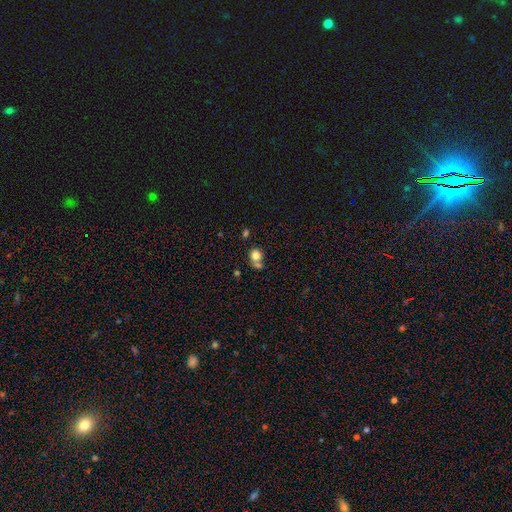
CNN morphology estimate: type=smooth (78%); roundness=round (82%); merging=none (51%).